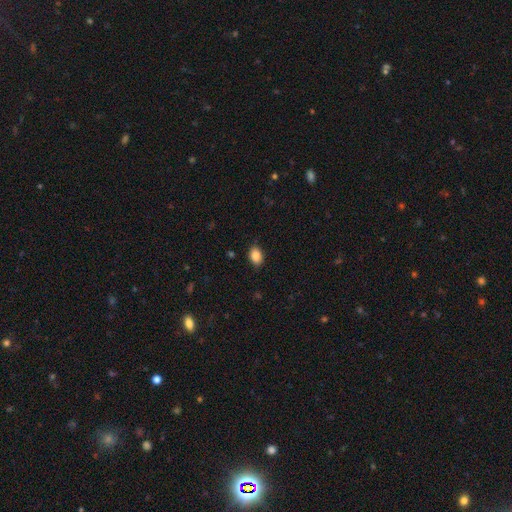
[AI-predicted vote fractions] smooth 88%, star or artifact 8%, featured or disk 4%. Down the decision tree: how rounded — in between (79%); merging — none (85%).